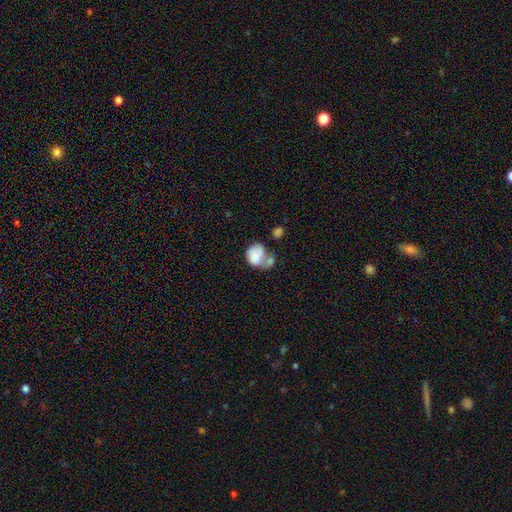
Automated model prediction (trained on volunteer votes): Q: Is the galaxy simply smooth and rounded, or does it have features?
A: smooth — 64%.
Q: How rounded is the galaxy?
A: in between — 54%.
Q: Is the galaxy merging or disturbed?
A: merger — 48%.